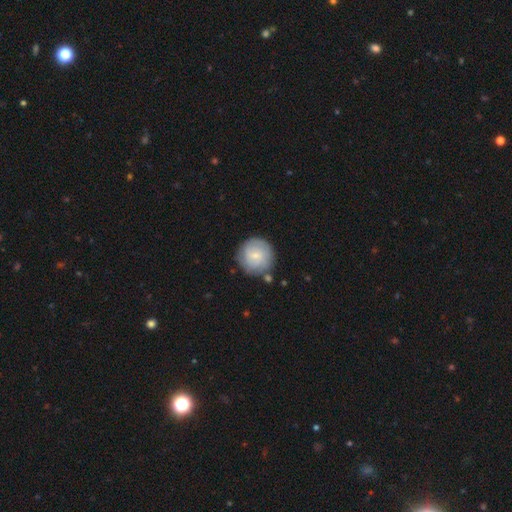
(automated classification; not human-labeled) Q: Smooth or featured?
A: smooth (67%); runner-up: featured or disk (27%)
Q: How rounded?
A: round (93%); runner-up: in between (6%)
Q: Merging?
A: none (77%); runner-up: minor disturbance (15%)